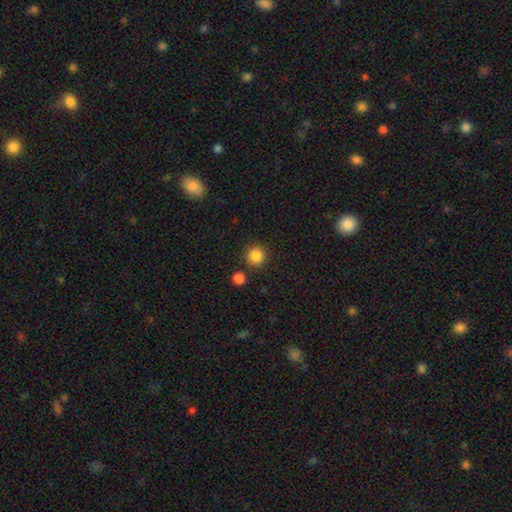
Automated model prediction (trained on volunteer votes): Smooth or featured? smooth (86%)
How rounded? round (93%)
Merging? none (86%)